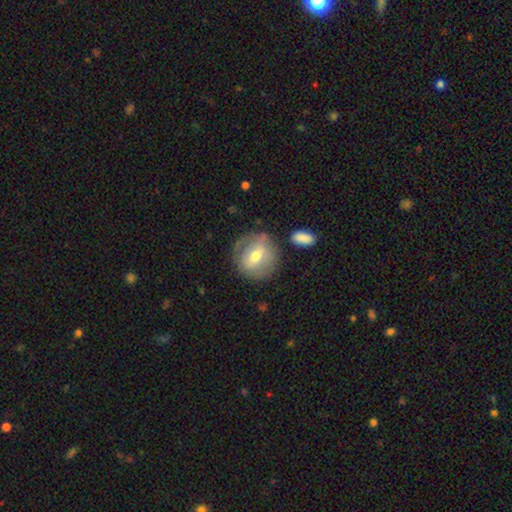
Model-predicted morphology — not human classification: smooth-or-featured: featured or disk: 47% | smooth: 46% | star or artifact: 7%
  merging: none: 72% | minor disturbance: 17% | major disturbance: 7% | merger: 5%